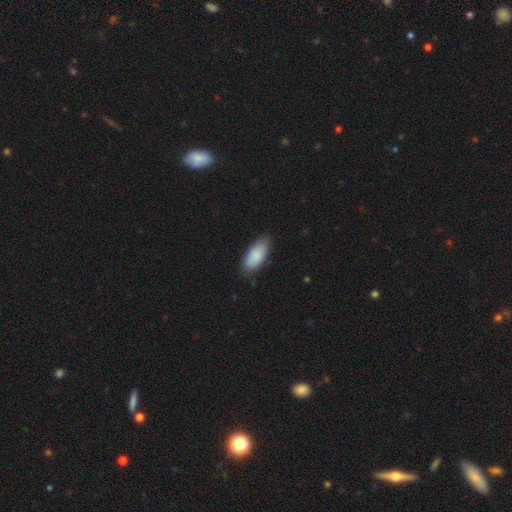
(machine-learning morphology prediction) The model was most divided on "merging": none: 75%, minor disturbance: 20%, major disturbance: 3%, merger: 1%. More confident: smooth or featured — smooth (86%); how rounded — in between (85%).